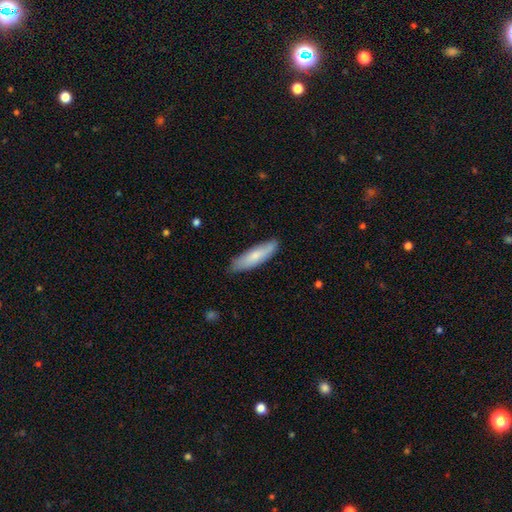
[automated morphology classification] Smooth or featured? smooth (74%)
How rounded? cigar-shaped (65%)
Merging? none (82%)